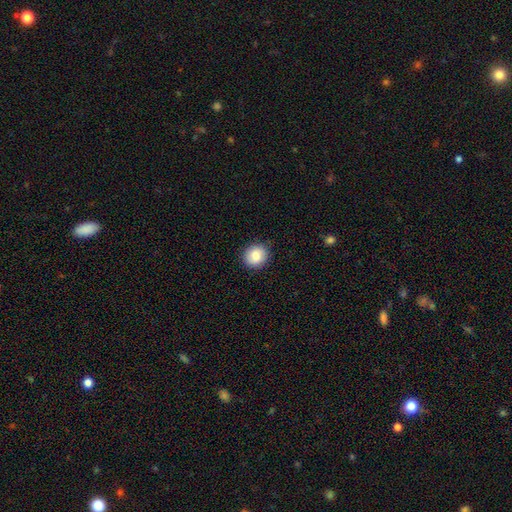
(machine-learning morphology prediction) The model was most divided on "how rounded": round: 80%, in between: 19%, cigar-shaped: 1%. More confident: merging — none (89%); smooth or featured — smooth (83%).